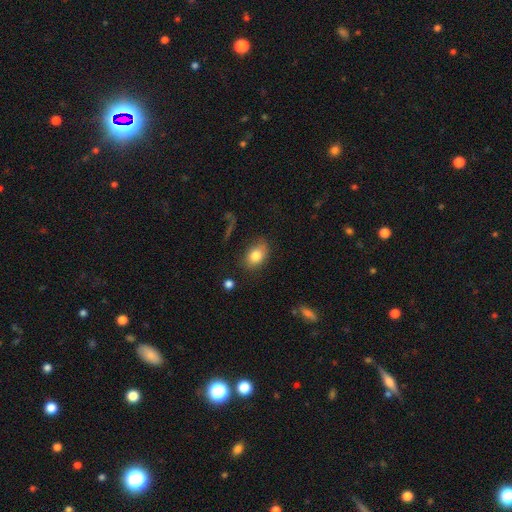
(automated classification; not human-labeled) smooth 81%, featured or disk 10%, star or artifact 9%. Down the decision tree: how rounded — in between (80%); merging — none (76%).